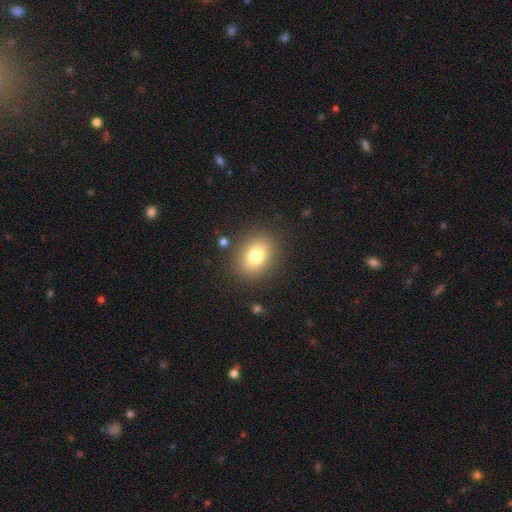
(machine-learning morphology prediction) Smooth or featured?
  - smooth: 77% *
  - star or artifact: 12%
  - featured or disk: 12%
How rounded?
  - round: 50% *
  - in between: 49%
  - cigar-shaped: 1%
Merging?
  - none: 86% *
  - minor disturbance: 9%
  - major disturbance: 4%
  - merger: 2%